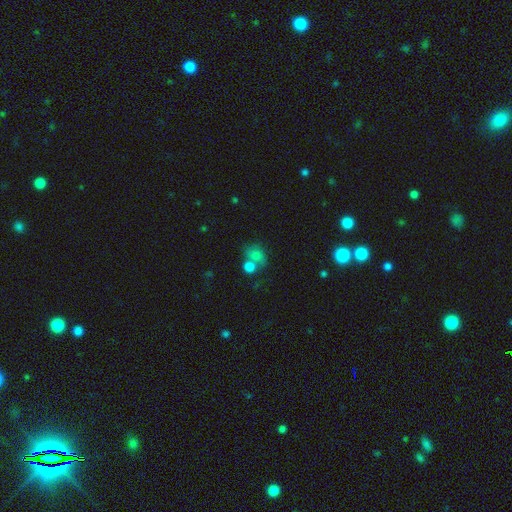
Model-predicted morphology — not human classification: This is likely a smooth galaxy (72%). How rounded: possibly round (57%). Merging: marginally none (39%).